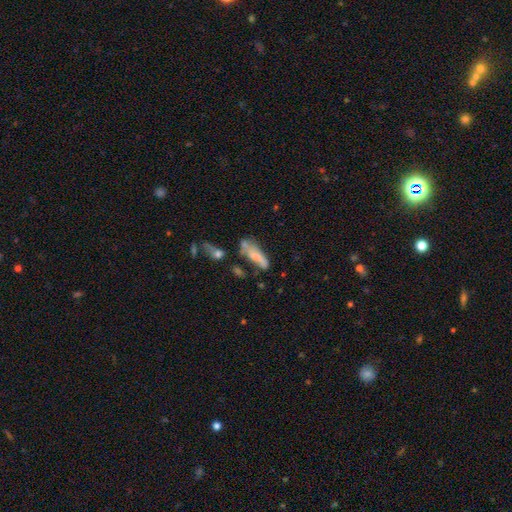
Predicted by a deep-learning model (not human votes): Smooth or featured: smooth — 61% (featured or disk — 29%)
How rounded: in between — 59% (cigar-shaped — 38%)
Merging: none — 31% (minor disturbance — 24%)